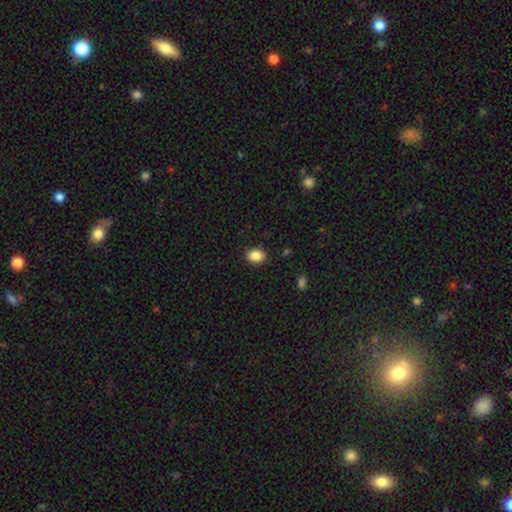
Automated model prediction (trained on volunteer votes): smooth-or-featured: smooth: 89% | star or artifact: 8% | featured or disk: 3%
  how-rounded: in between: 68% | round: 31% | cigar-shaped: 1%
  merging: none: 88% | minor disturbance: 8% | major disturbance: 2% | merger: 1%